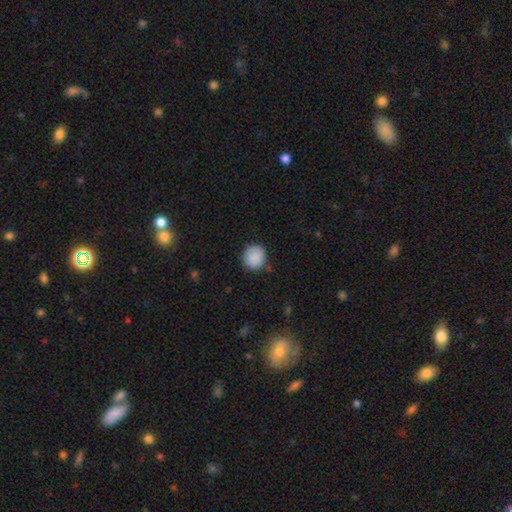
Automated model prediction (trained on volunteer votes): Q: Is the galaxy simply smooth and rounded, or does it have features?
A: smooth — 88%.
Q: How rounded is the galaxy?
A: round — 88%.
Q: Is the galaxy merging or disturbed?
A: none — 80%.